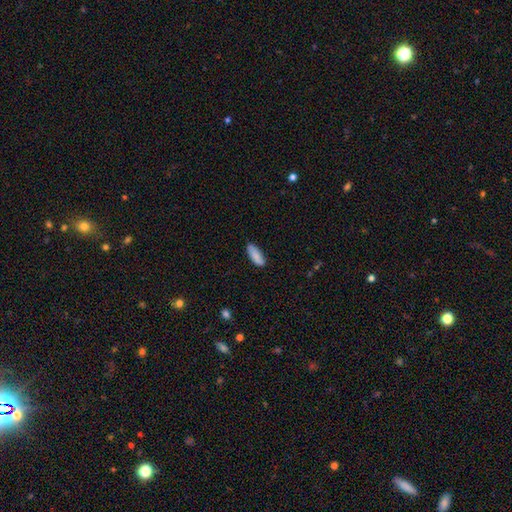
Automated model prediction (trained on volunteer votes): The model was most divided on "how rounded": in between: 68%, cigar-shaped: 31%, round: 2%. More confident: smooth or featured — smooth (88%); merging — none (79%).